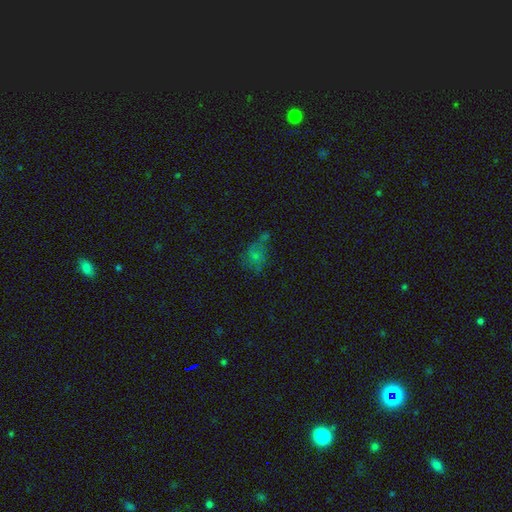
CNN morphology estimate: The model was most divided on "merging": none: 32%, major disturbance: 24%, merger: 23%, minor disturbance: 21%. More confident: how rounded — in between (63%); smooth or featured — smooth (54%).